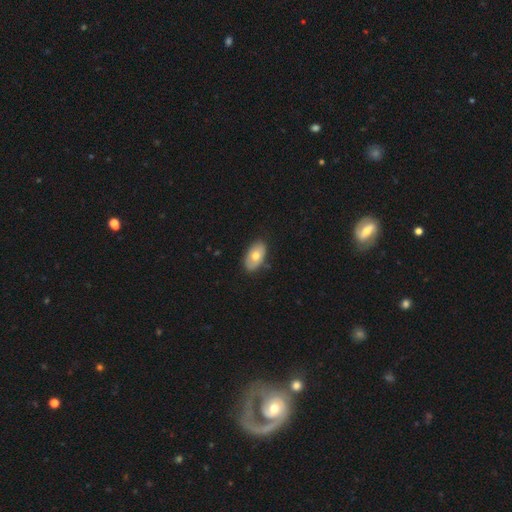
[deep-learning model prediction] Smooth or featured? smooth (66%)
How rounded? in between (92%)
Merging? none (80%)